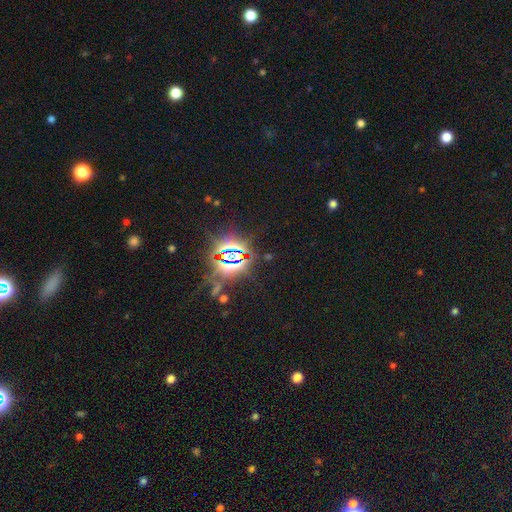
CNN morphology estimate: Smooth or featured? Predicted: star or artifact (p=0.85).